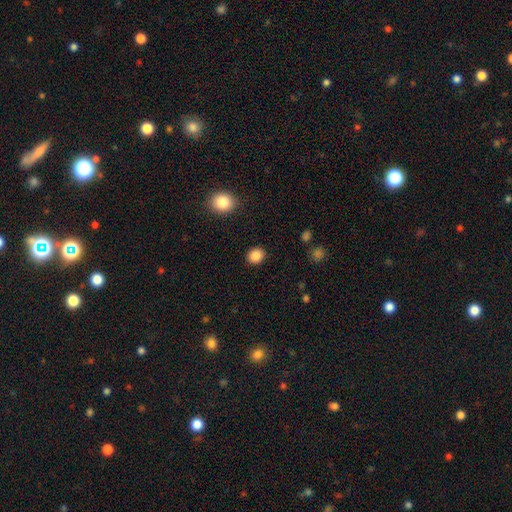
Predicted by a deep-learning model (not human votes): smooth 87%, star or artifact 10%, featured or disk 4%. Down the decision tree: how rounded — round (68%); merging — none (90%).